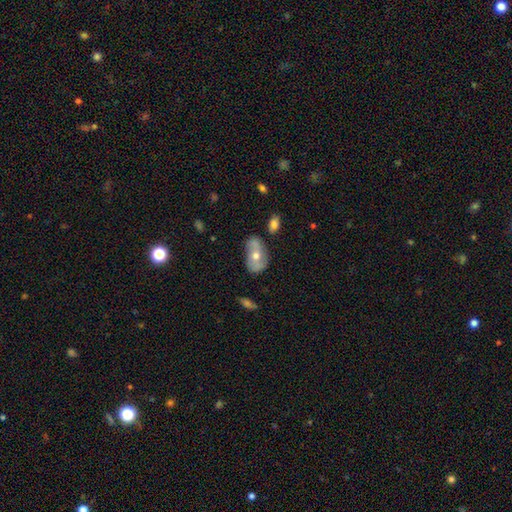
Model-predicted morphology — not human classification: A featured or disk galaxy (51%).

Vote fractions:
- Smooth or featured? featured or disk: 51% / smooth: 40% / star or artifact: 9%
- Edge-on disk? no: 91% / yes: 9%
- Merging? none: 56% / minor disturbance: 26% / merger: 9% / major disturbance: 9%